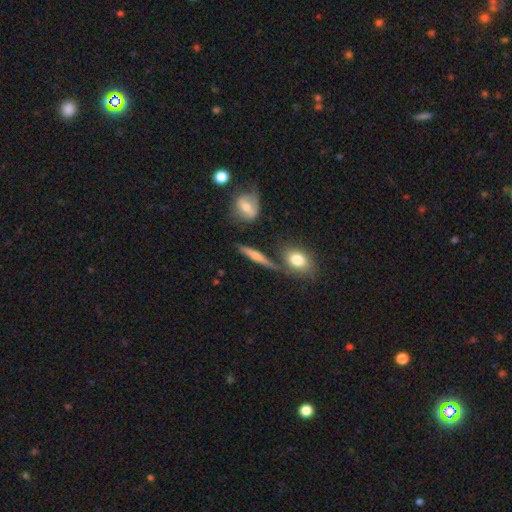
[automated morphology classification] This appears to be a smooth galaxy with no disk features (47%). Merging: none (67%).